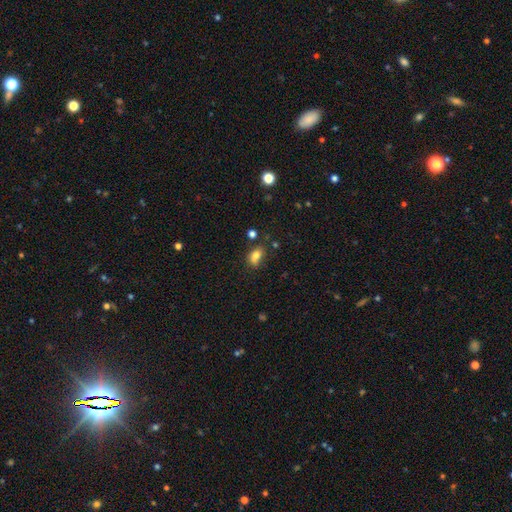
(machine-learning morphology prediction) type=smooth (77%); roundness=in between (80%); merging=none (58%).